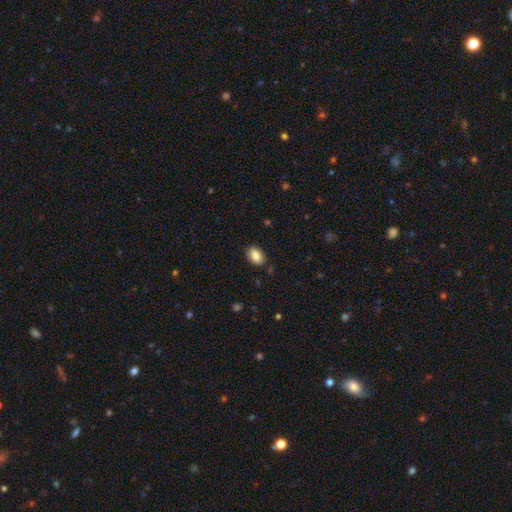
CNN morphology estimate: smooth_or_featured: smooth (p=0.87) [alt: star or artifact p=0.08]
how_rounded: in between (p=0.89) [alt: round p=0.09]
merging: none (p=0.85) [alt: minor disturbance p=0.11]